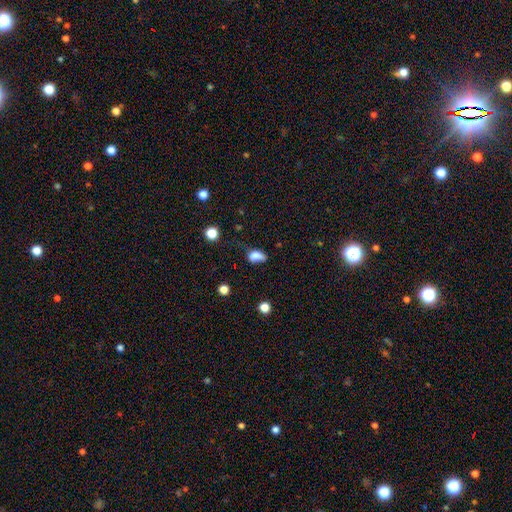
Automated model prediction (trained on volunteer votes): A smooth galaxy with no disk features (79%) that is in between round and cigar-shaped (82%).

Vote fractions:
- Smooth or featured? smooth: 79% / star or artifact: 11% / featured or disk: 10%
- How rounded? in between: 82% / round: 13% / cigar-shaped: 5%
- Merging? none: 38% (tied) / minor disturbance: 38% (tied) / major disturbance: 20% / merger: 4%